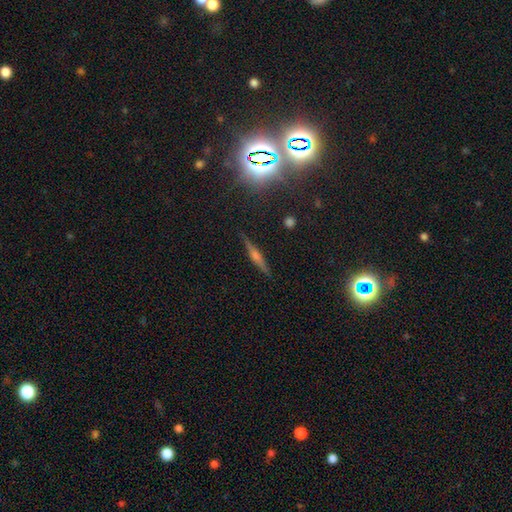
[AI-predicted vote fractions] smooth-or-featured: featured or disk: 65% | smooth: 20% | star or artifact: 15%
  disk-edge-on: yes: 97% | no: 3%
    edge-on-bulge: rounded: 72% | boxy: 18% | none: 10%
  merging: none: 88% | minor disturbance: 8% | major disturbance: 2% | merger: 1%